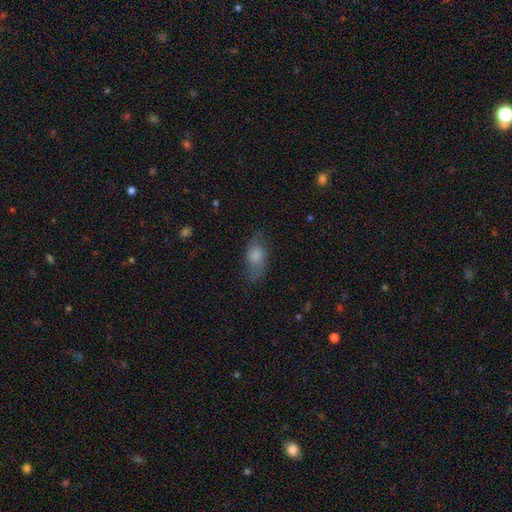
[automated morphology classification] A smooth galaxy with no disk features (66%) that is in between round and cigar-shaped (83%).

Vote fractions:
- Smooth or featured? smooth: 66% / featured or disk: 24% / star or artifact: 10%
- How rounded? in between: 83% / round: 9% / cigar-shaped: 8%
- Merging? none: 67% / minor disturbance: 22% / major disturbance: 10% / merger: 1%